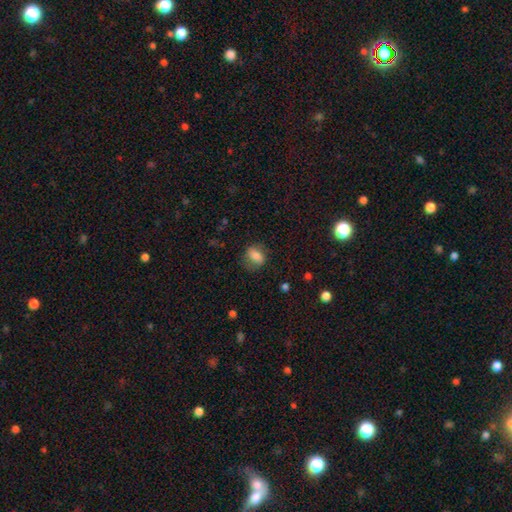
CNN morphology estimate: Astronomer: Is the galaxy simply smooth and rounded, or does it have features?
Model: smooth — 76%.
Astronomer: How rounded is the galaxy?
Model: in between — 70%.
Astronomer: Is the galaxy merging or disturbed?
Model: none — 70%.